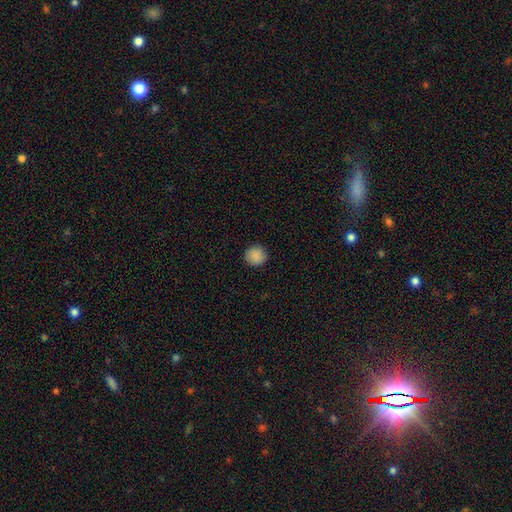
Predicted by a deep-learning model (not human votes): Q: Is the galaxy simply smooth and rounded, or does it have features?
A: smooth — 89%.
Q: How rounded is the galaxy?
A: round — 93%.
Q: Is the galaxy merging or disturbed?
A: none — 91%.